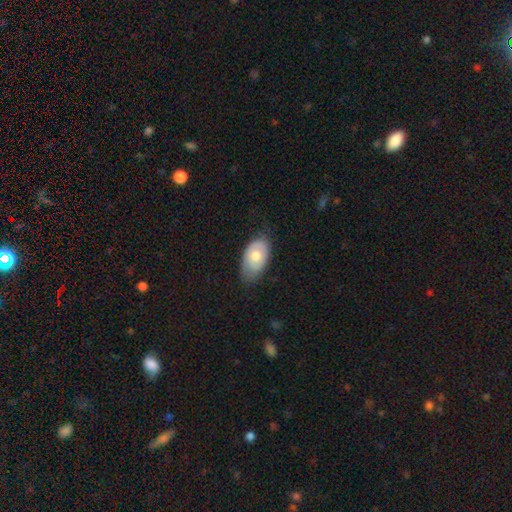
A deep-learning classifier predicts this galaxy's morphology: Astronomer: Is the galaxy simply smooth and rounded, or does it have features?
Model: smooth — 62%.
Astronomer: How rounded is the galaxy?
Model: in between — 92%.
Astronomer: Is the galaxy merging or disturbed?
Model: none — 63%.